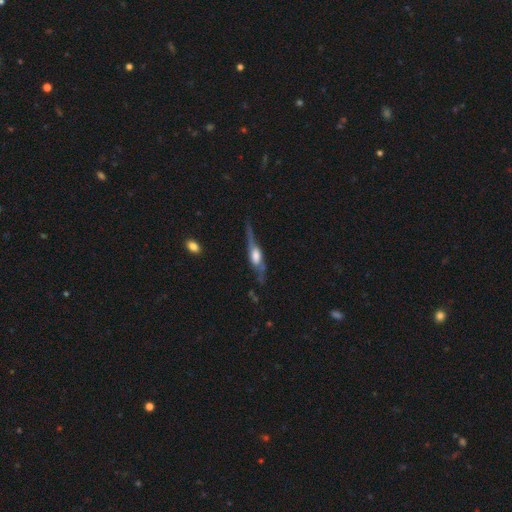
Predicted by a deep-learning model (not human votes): featured or disk 76%, smooth 18%, star or artifact 6%. Down the decision tree: edge-on disk — yes (78%); edge-on bulge — rounded (65%); merging — none (60%).